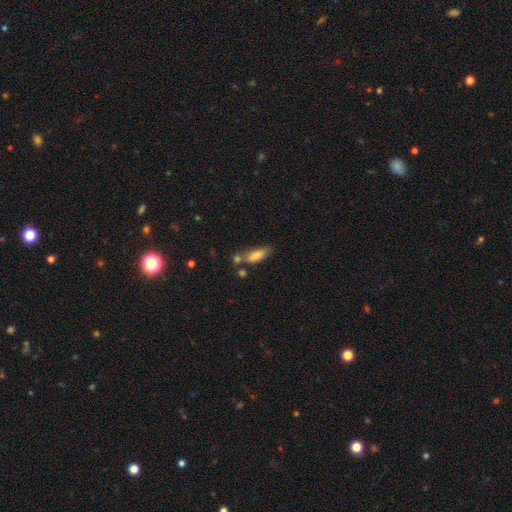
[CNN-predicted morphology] Smooth or featured? smooth (81%)
How rounded? in between (64%)
Merging? none (51%)